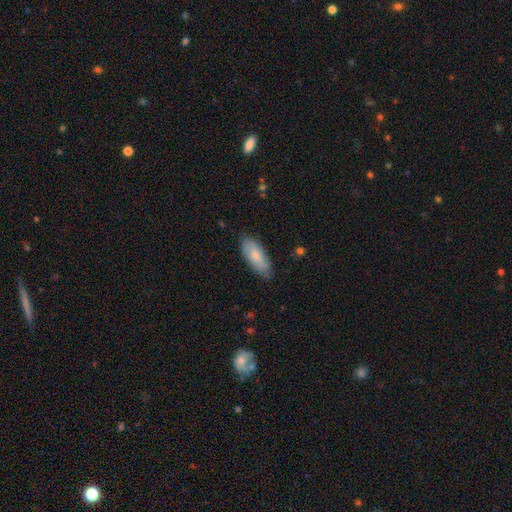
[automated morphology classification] smooth_or_featured: smooth (p=0.73) [alt: featured or disk p=0.21]
how_rounded: in between (p=0.79) [alt: cigar-shaped p=0.19]
merging: none (p=0.81) [alt: minor disturbance p=0.16]